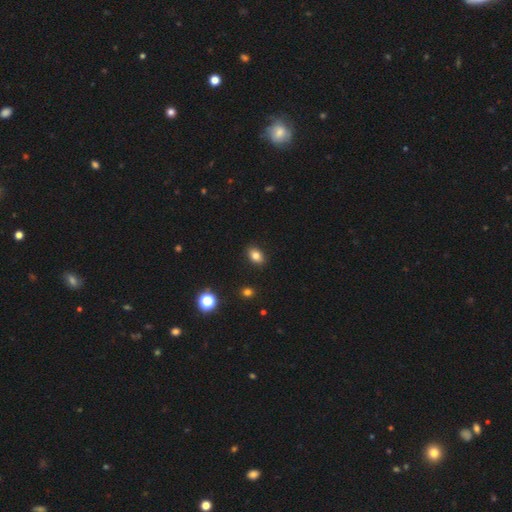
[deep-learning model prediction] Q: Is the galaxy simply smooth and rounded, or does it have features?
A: smooth — 81%.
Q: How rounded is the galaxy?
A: in between — 81%.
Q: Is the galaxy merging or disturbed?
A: none — 89%.